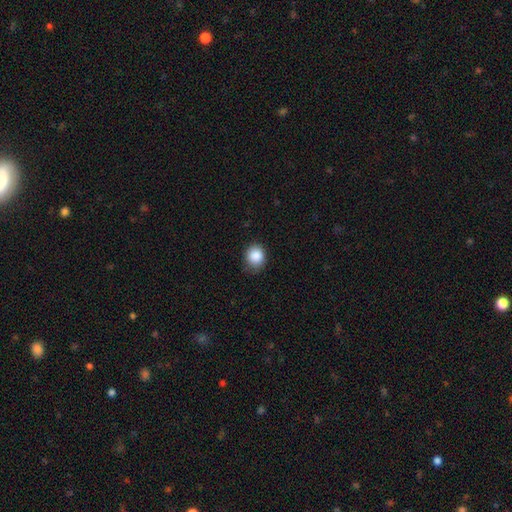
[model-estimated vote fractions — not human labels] Smooth or featured: smooth — 87% (star or artifact — 9%)
How rounded: round — 74% (in between — 25%)
Merging: none — 74% (minor disturbance — 21%)